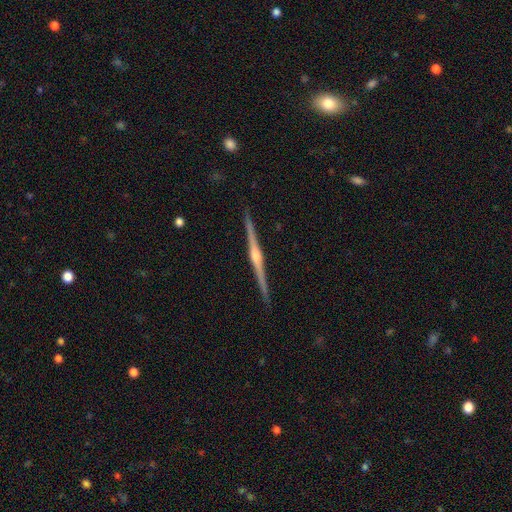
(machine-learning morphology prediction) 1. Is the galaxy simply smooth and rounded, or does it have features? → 88% featured or disk, 7% smooth, 5% star or artifact.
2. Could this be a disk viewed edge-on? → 99% yes, 1% no.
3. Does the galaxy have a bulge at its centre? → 89% rounded, 5% boxy, 5% none.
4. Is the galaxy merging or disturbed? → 92% none, 5% minor disturbance, 1% major disturbance, 1% merger.